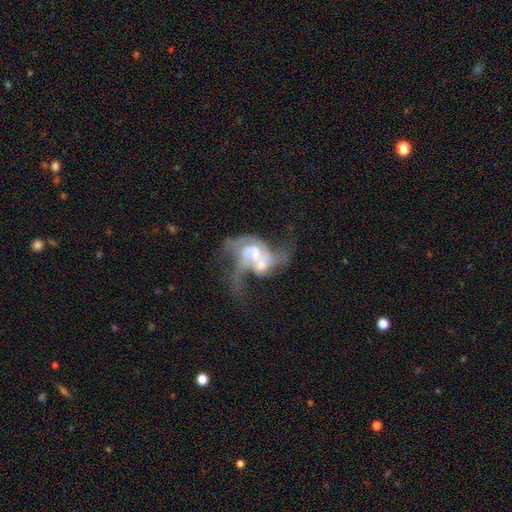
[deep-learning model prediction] smooth_or_featured: featured or disk (p=0.72) [alt: smooth p=0.19]
disk_edge_on: no (p=0.97) [alt: yes p=0.03]
bar: no (p=0.63) [alt: weak p=0.28]
has_spiral_arms: yes (p=0.67) [alt: no p=0.33]
bulge_size: moderate (p=0.39) [alt: small p=0.23]
merging: merger (p=0.59) [alt: major disturbance p=0.24]